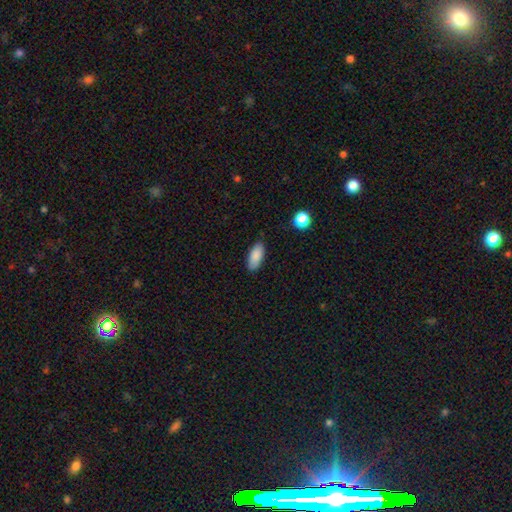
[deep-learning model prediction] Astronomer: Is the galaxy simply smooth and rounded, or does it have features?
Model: smooth — 87%.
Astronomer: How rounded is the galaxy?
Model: in between — 88%.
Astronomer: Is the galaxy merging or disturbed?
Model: none — 86%.